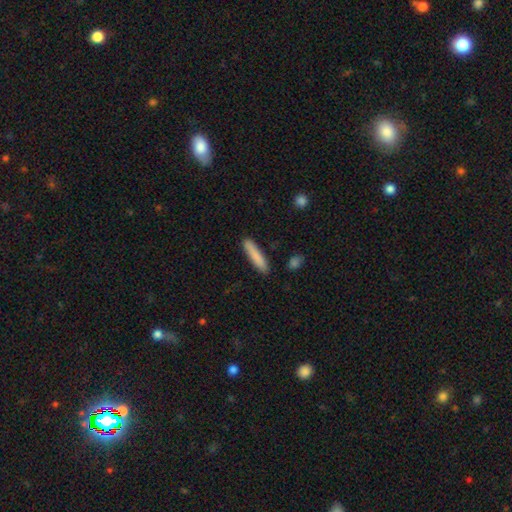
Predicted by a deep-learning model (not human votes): Overall: smooth (84%). How rounded: cigar-shaped (89%). Merging: none (88%).